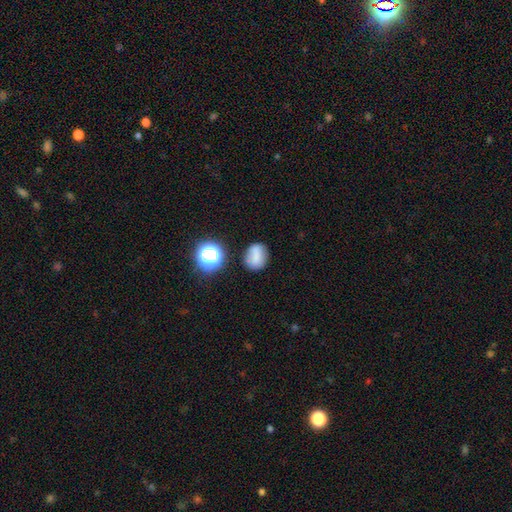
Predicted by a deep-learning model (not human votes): Morphology: type=smooth (71%); roundness=round (51%); merging=none (70%).